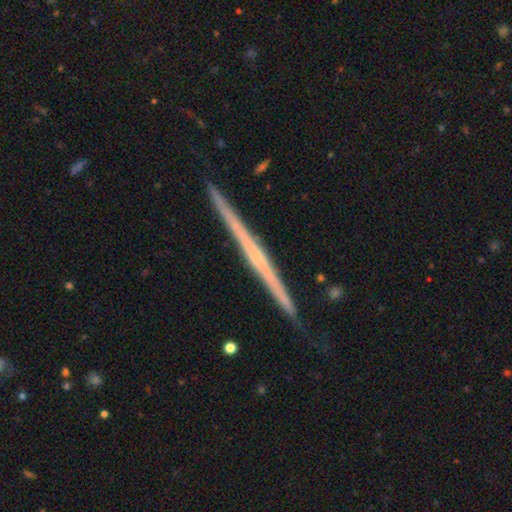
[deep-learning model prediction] Smooth or featured: featured or disk — 75% (smooth — 19%)
Edge-on disk: yes — 98% (no — 2%)
Edge-on bulge: none — 65% (rounded — 28%)
Merging: none — 91% (minor disturbance — 7%)